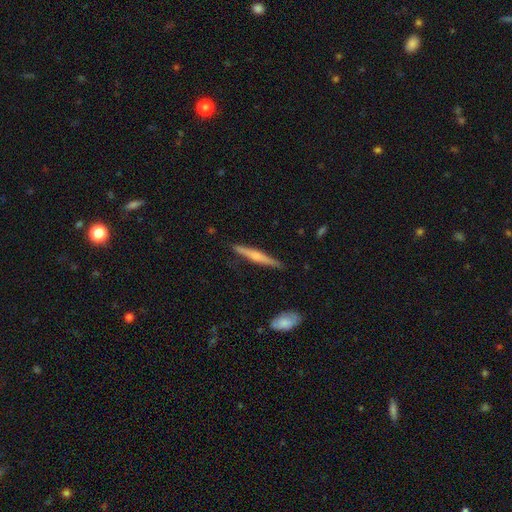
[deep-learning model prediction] Smooth or featured? Predicted: featured or disk (p=0.55). Edge-on disk? Predicted: yes (p=0.97). Edge-on bulge? Predicted: rounded (p=0.67). Merging? Predicted: none (p=0.88).